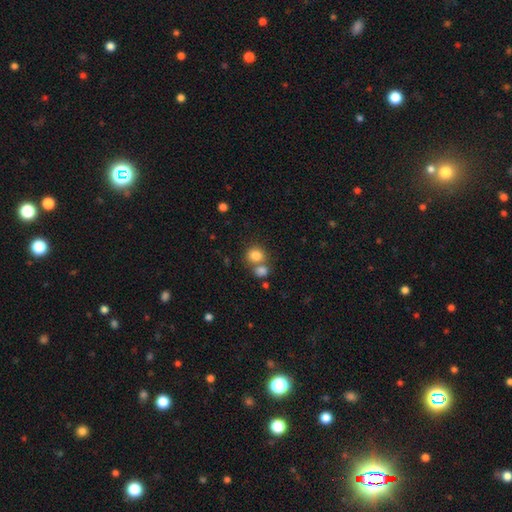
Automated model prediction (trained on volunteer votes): Morphology: type=smooth (82%); roundness=round (76%); merging=none (50%).